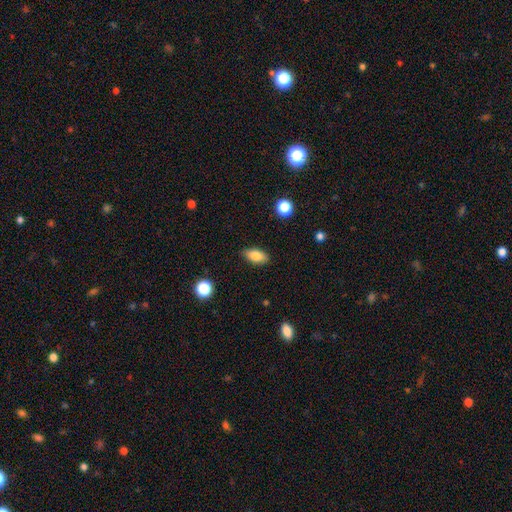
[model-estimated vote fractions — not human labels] A smooth galaxy with no disk features (81%) that is in between round and cigar-shaped (87%). Merging: none (86%).